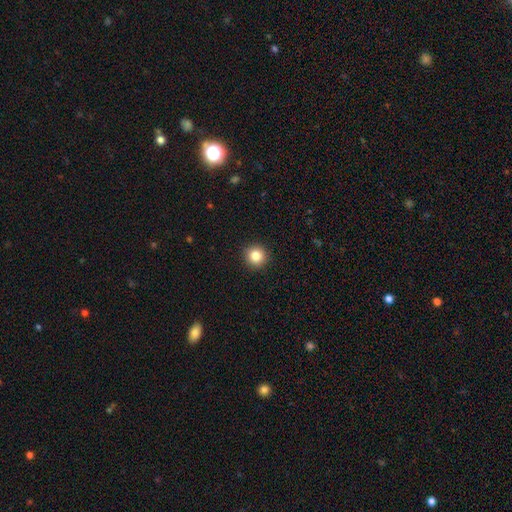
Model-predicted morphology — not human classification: This appears to be a smooth galaxy with no disk features (85%) that is round (94%). Merging: none (92%).